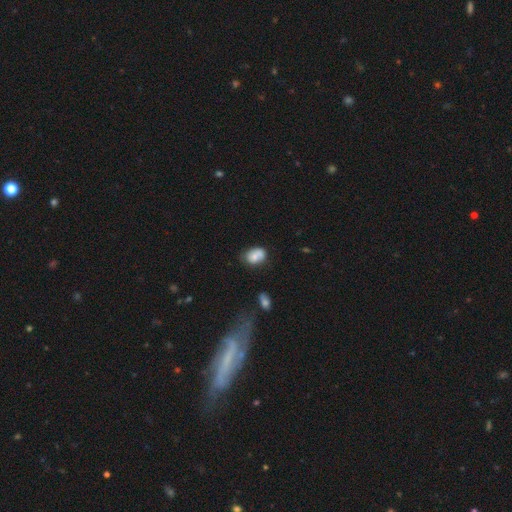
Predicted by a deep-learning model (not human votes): Morphology: type=smooth (73%); roundness=in between (76%); merging=none (52%).